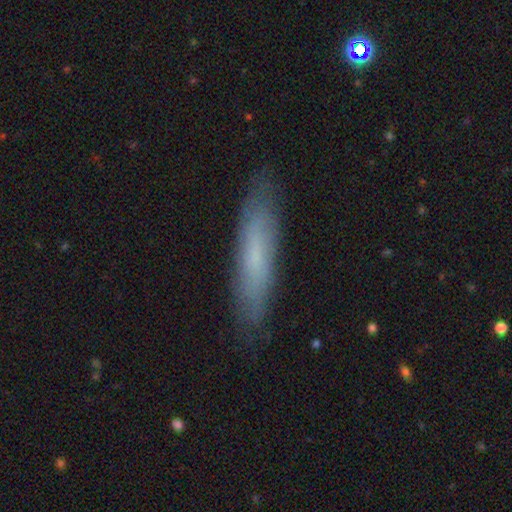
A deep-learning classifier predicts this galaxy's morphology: Smooth or featured?
  - smooth: 60% *
  - featured or disk: 32%
  - star or artifact: 8%
How rounded?
  - cigar-shaped: 81% *
  - in between: 18%
  - round: 1%
Merging?
  - none: 85% *
  - minor disturbance: 11%
  - major disturbance: 2%
  - merger: 1%